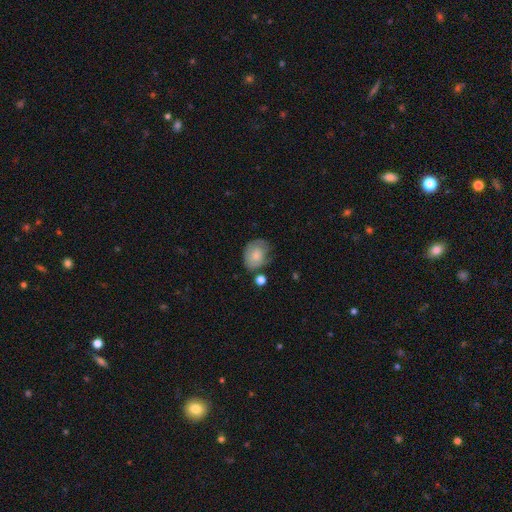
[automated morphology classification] smooth-or-featured: smooth: 69% | featured or disk: 24% | star or artifact: 8%
  how-rounded: in between: 59% | round: 40% | cigar-shaped: 1%
  merging: none: 49% | minor disturbance: 30% | major disturbance: 14% | merger: 7%